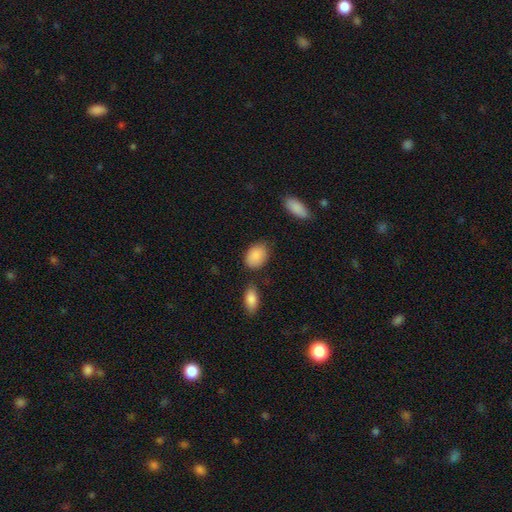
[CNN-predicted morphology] The model was most divided on "merging": none: 71%, minor disturbance: 19%, merger: 6%, major disturbance: 5%. More confident: smooth or featured — smooth (89%); how rounded — in between (81%).